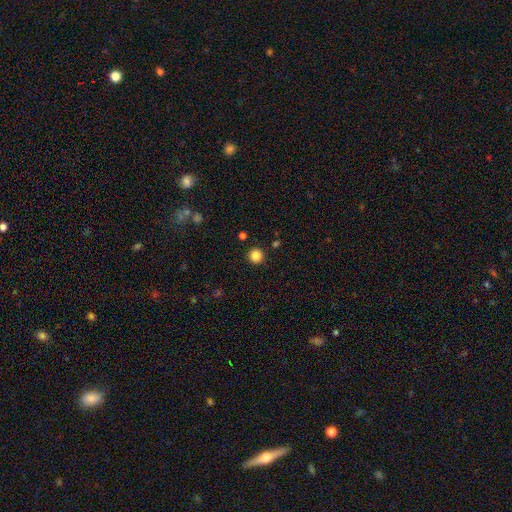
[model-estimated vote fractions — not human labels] A smooth galaxy with no disk features (86%) that is round (96%). Merging: none (92%).